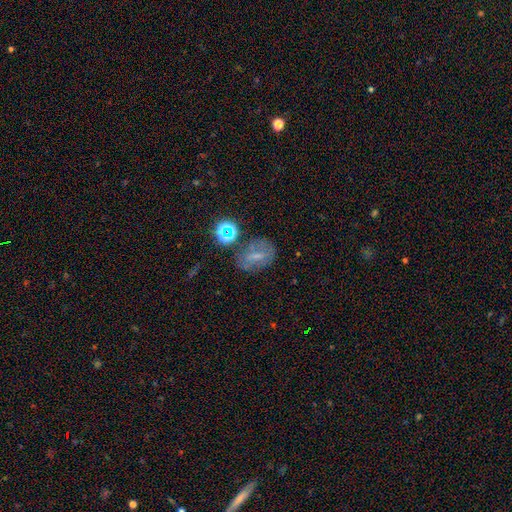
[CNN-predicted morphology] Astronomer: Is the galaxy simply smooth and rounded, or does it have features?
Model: smooth — 40% (runner-up: featured or disk, 34%).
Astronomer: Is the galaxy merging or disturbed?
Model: none — 64%.